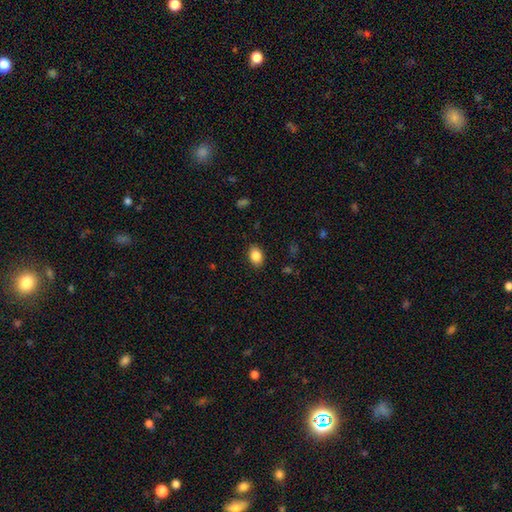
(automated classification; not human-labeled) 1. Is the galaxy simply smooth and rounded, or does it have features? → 86% smooth, 8% star or artifact, 6% featured or disk.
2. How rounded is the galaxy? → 80% in between, 19% round, 1% cigar-shaped.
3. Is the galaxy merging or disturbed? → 88% none, 9% minor disturbance, 2% major disturbance, 1% merger.